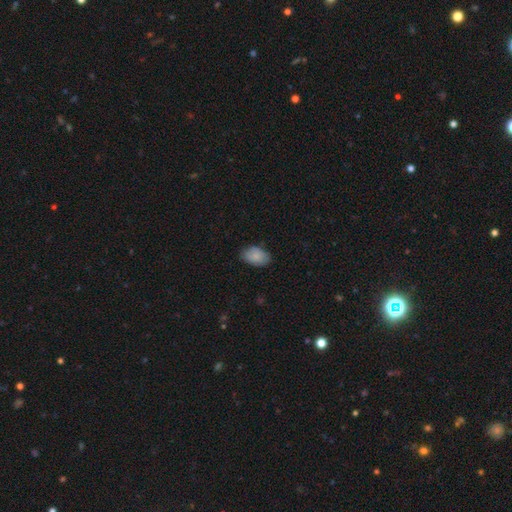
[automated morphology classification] Overall: smooth (84%). How rounded: in between (90%). Merging: none (79%).